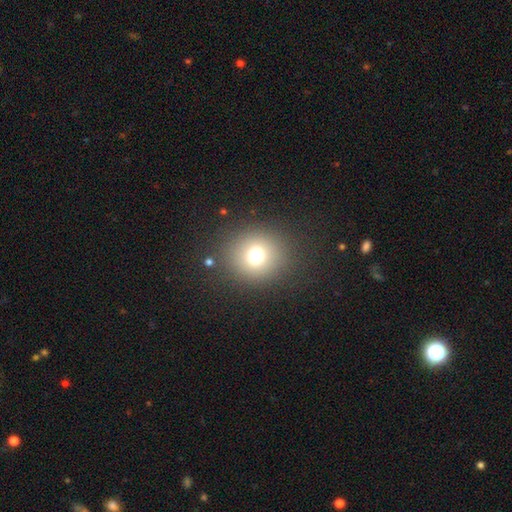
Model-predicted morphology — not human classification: Smooth or featured: smooth — 67% (star or artifact — 22%)
How rounded: round — 88% (in between — 11%)
Merging: none — 84% (minor disturbance — 7%)